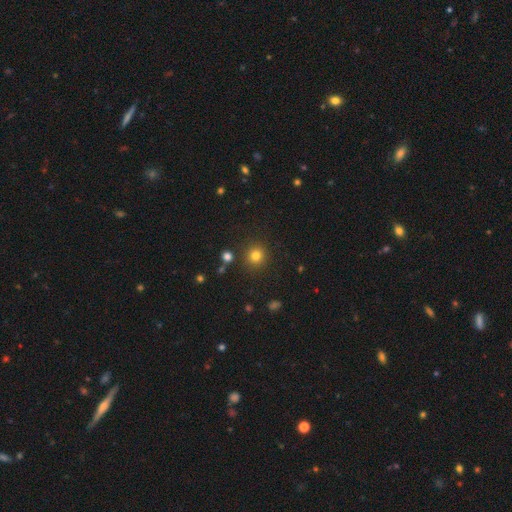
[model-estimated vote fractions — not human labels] This is likely a smooth galaxy (80%). How rounded: clearly round (93%). Merging: clearly none (88%).